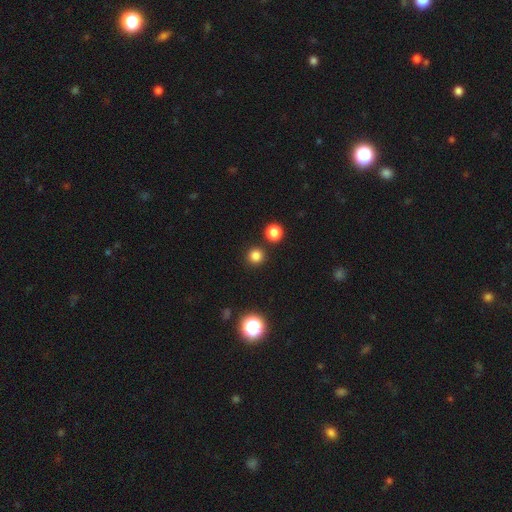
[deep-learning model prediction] Smooth or featured? smooth (81%)
How rounded? round (94%)
Merging? none (88%)